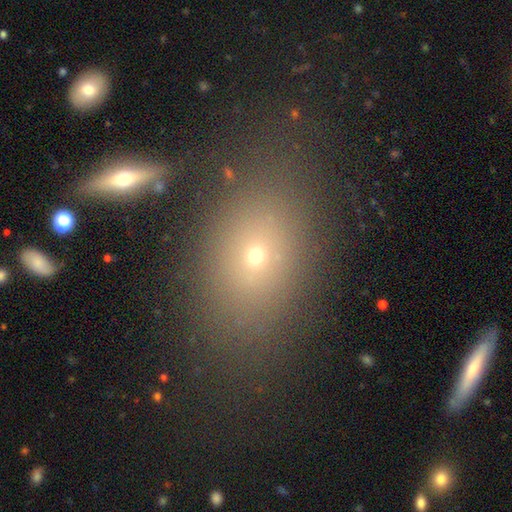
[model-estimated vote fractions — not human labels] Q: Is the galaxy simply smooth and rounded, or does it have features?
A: smooth — 63%.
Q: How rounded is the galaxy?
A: in between — 71%.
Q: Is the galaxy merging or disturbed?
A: none — 79%.